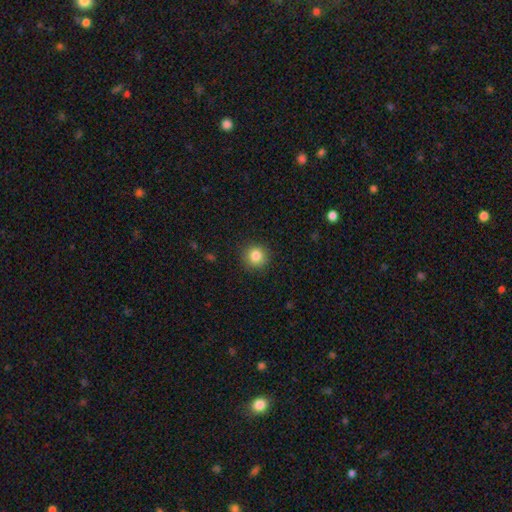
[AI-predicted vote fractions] smooth_or_featured: smooth (p=0.84) [alt: star or artifact p=0.10]
how_rounded: round (p=0.92) [alt: in between p=0.07]
merging: none (p=0.90) [alt: minor disturbance p=0.06]